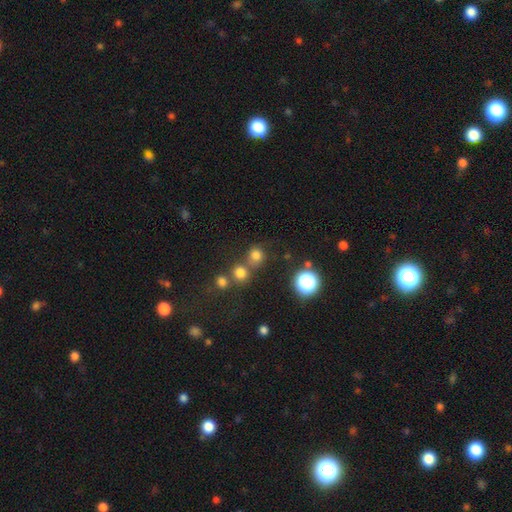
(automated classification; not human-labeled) Smooth or featured? Predicted: smooth (p=0.71). How rounded? Predicted: round (p=0.84). Merging? Predicted: none (p=0.62).